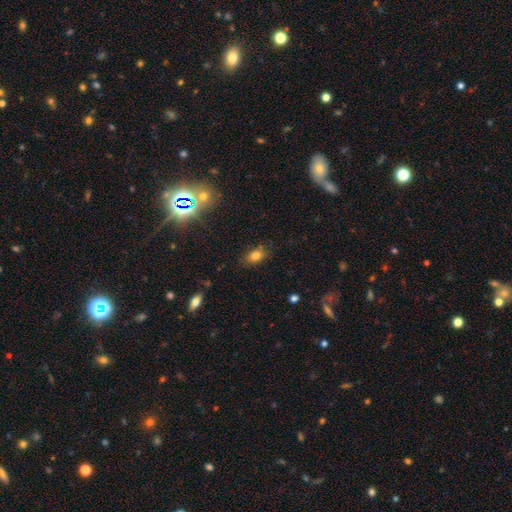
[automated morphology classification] This appears to be a smooth galaxy with no disk features (78%) that is in between round and cigar-shaped (79%). Merging: none (80%).